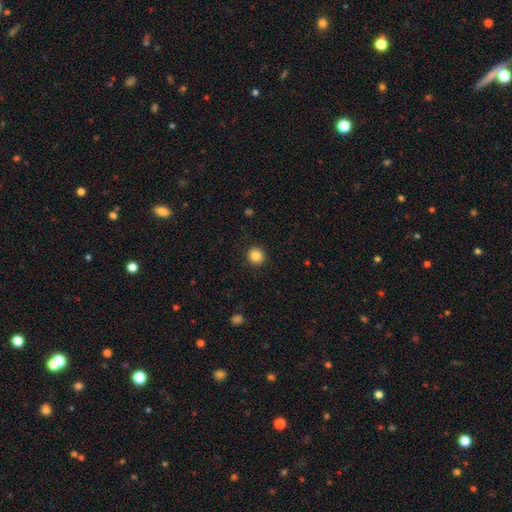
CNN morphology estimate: smooth-or-featured: smooth: 85% | star or artifact: 11% | featured or disk: 5%
  how-rounded: round: 93% | in between: 7% | cigar-shaped: 1%
  merging: none: 92% | minor disturbance: 5% | major disturbance: 2% | merger: 1%